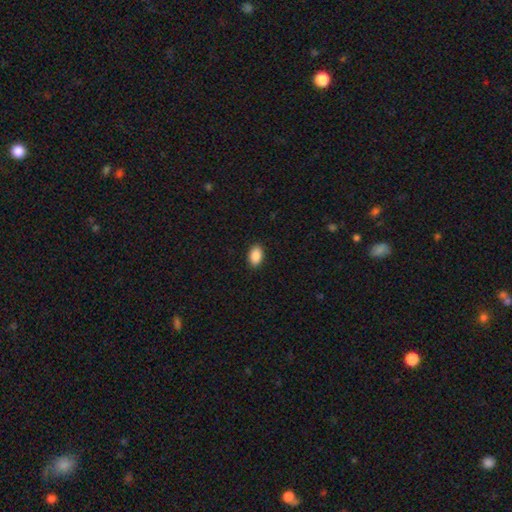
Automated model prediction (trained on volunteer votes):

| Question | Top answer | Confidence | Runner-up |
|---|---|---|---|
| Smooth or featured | smooth | 90% | star or artifact (7%) |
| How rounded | in between | 90% | round (9%) |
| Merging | none | 90% | minor disturbance (8%) |